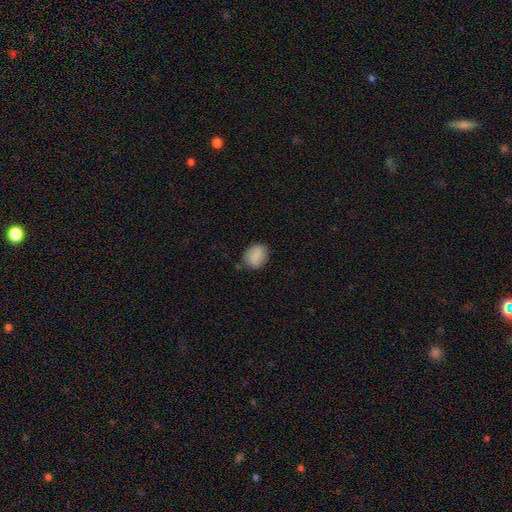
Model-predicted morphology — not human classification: A smooth galaxy with no disk features (86%) that is in between round and cigar-shaped (55%). Merging: none (81%).